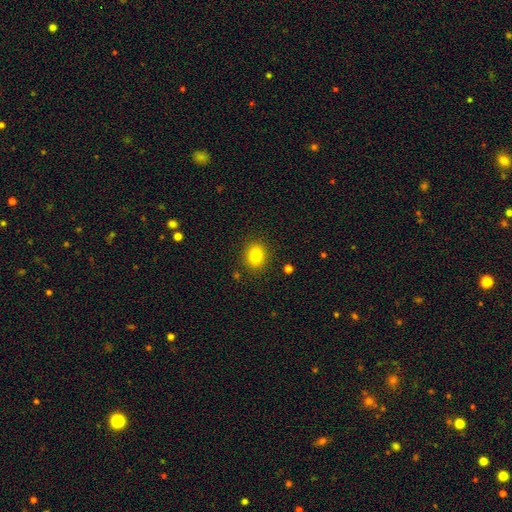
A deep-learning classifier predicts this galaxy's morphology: smooth 81%, star or artifact 11%, featured or disk 8%. Down the decision tree: how rounded — round (58%); merging — none (88%).